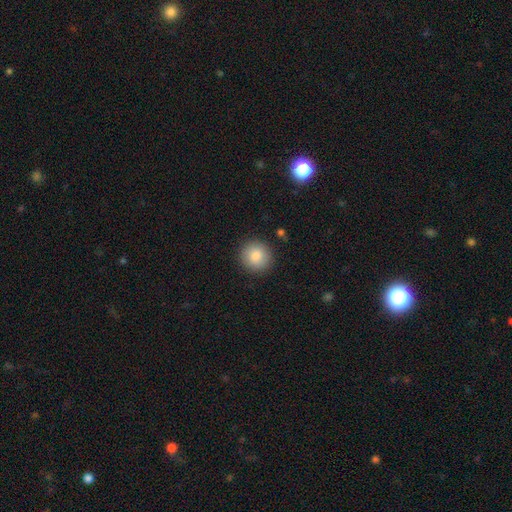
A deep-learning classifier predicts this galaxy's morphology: smooth 84%, star or artifact 8%, featured or disk 8%. Down the decision tree: how rounded — round (93%); merging — none (90%).